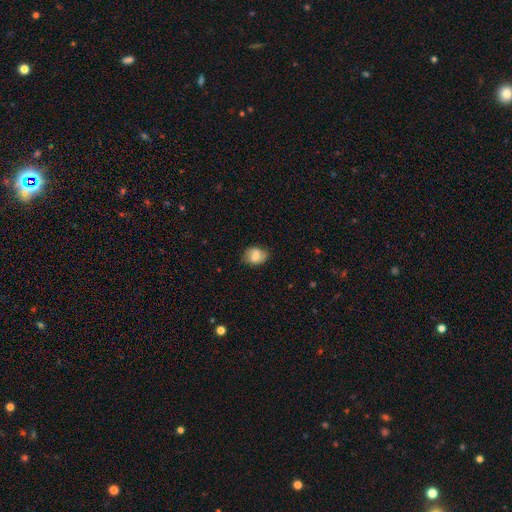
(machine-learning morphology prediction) type=smooth (58%); roundness=in between (62%); merging=none (73%).